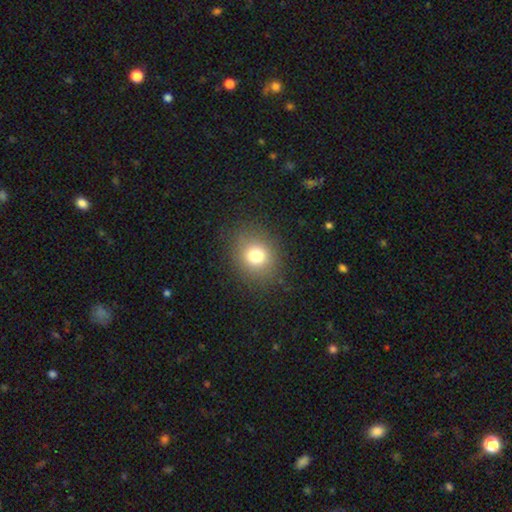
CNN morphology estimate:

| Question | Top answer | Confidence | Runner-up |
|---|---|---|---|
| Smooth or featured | smooth | 76% | star or artifact (14%) |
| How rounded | round | 73% | in between (26%) |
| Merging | none | 86% | minor disturbance (9%) |